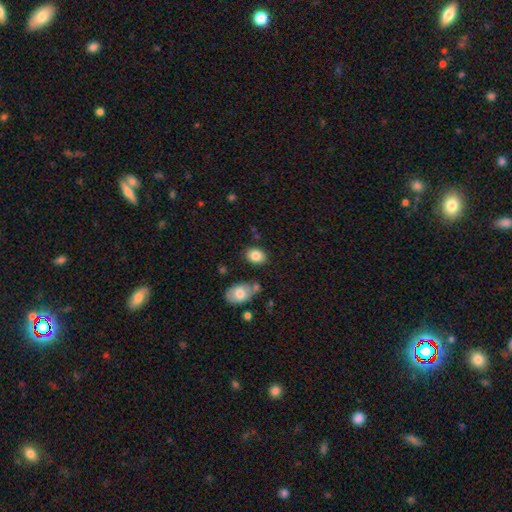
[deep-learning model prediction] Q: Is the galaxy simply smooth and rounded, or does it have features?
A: smooth — 83%.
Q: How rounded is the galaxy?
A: in between — 73%.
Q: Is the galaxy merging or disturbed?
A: none — 78%.